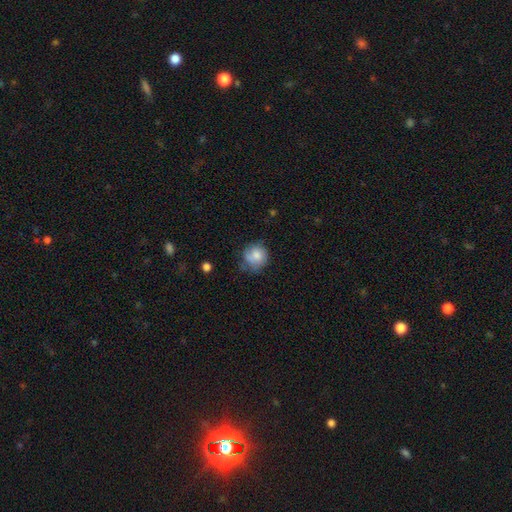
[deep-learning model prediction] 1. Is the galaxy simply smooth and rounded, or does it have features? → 72% smooth, 20% featured or disk, 8% star or artifact.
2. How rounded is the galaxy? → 82% round, 17% in between, 1% cigar-shaped.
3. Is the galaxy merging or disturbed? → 56% none, 30% minor disturbance, 12% major disturbance, 3% merger.